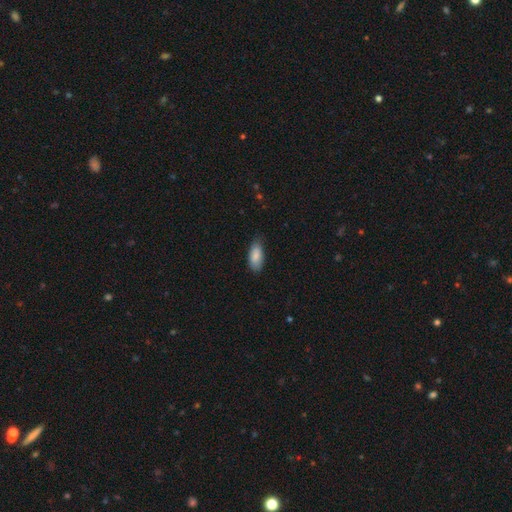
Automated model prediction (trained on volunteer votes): Overall: smooth (88%). How rounded: in between (88%). Merging: none (72%).